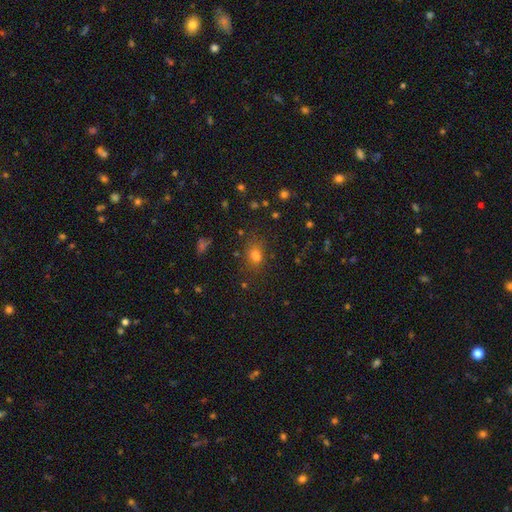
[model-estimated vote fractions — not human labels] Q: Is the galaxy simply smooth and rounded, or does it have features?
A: smooth — 72%.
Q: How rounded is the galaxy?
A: in between — 55%.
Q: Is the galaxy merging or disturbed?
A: none — 72%.